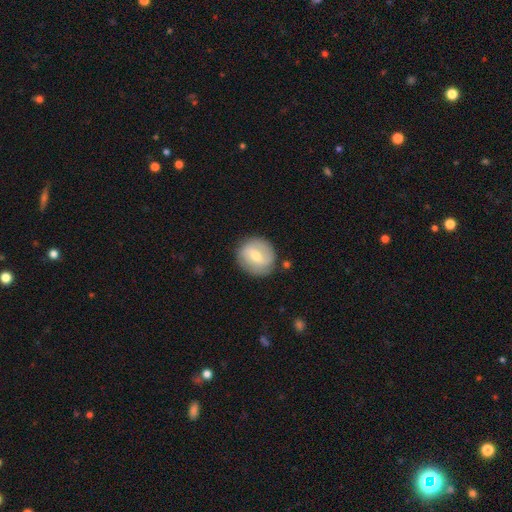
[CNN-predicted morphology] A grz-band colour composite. It shows a smooth galaxy with no disk features (49%). Merging: none (82%).